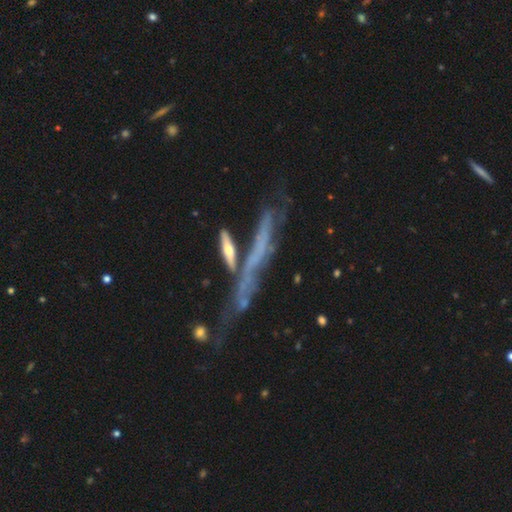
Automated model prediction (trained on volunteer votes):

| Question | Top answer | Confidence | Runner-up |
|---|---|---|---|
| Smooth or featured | featured or disk | 59% | smooth (27%) |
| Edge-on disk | yes | 76% | no (24%) |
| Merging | none | 46% | merger (21%) |